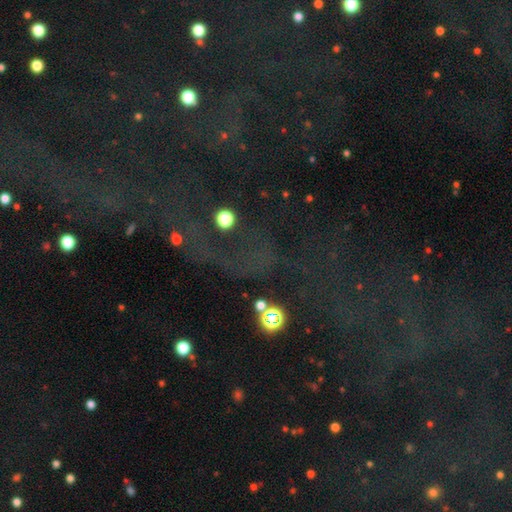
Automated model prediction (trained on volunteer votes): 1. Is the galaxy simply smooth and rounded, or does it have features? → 68% star or artifact, 18% smooth, 14% featured or disk.